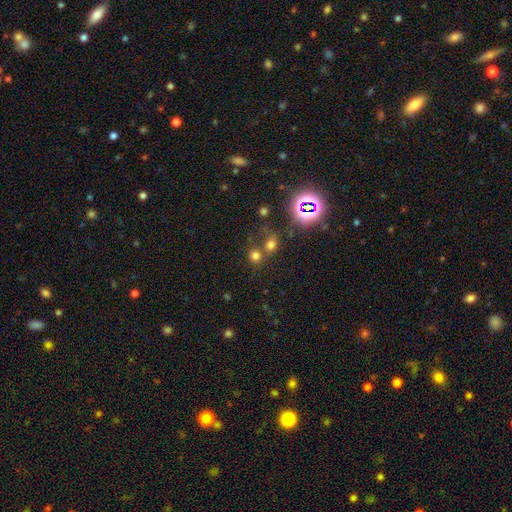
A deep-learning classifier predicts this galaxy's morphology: type=smooth (65%); roundness=round (81%); merging=none (54%).